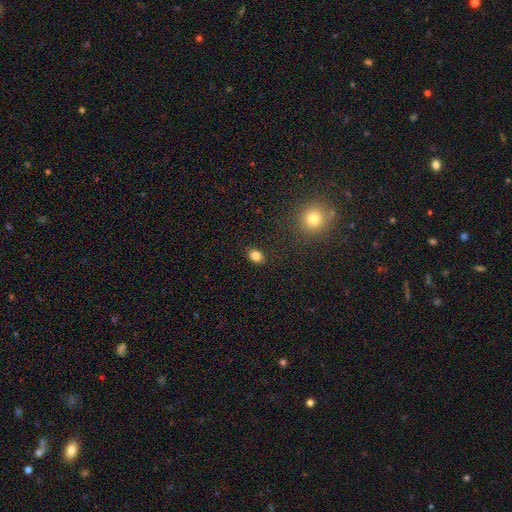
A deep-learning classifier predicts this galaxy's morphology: Smooth or featured?
  - smooth: 83% *
  - star or artifact: 11%
  - featured or disk: 5%
How rounded?
  - in between: 62% *
  - round: 37%
  - cigar-shaped: 1%
Merging?
  - none: 87% *
  - minor disturbance: 9%
  - major disturbance: 2%
  - merger: 2%